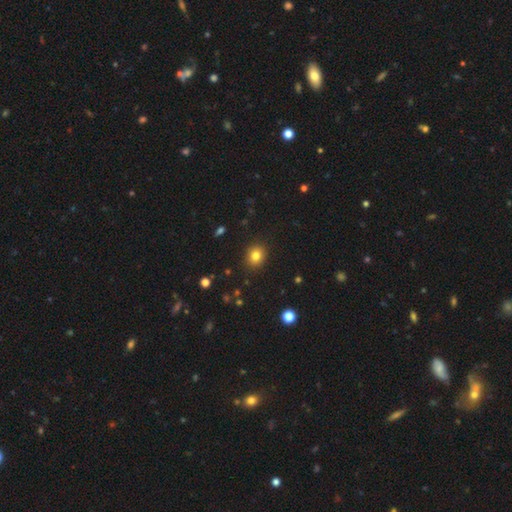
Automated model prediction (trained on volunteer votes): Smooth or featured: smooth — 81% (star or artifact — 12%)
How rounded: round — 72% (in between — 27%)
Merging: none — 90% (minor disturbance — 7%)